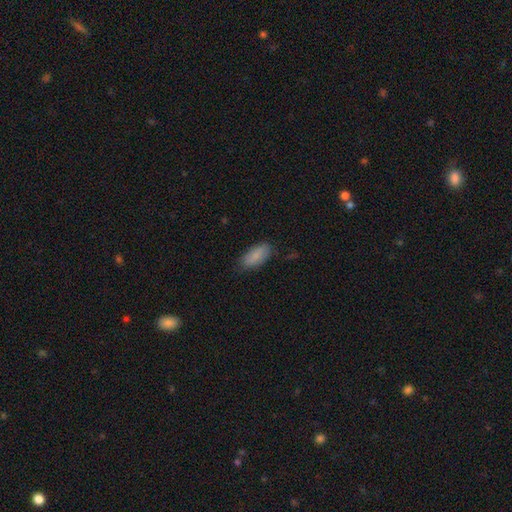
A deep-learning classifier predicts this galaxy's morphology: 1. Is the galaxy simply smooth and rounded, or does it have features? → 85% smooth, 9% featured or disk, 6% star or artifact.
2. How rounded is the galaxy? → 87% in between, 11% cigar-shaped, 2% round.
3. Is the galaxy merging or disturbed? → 79% none, 17% minor disturbance, 3% major disturbance, 1% merger.